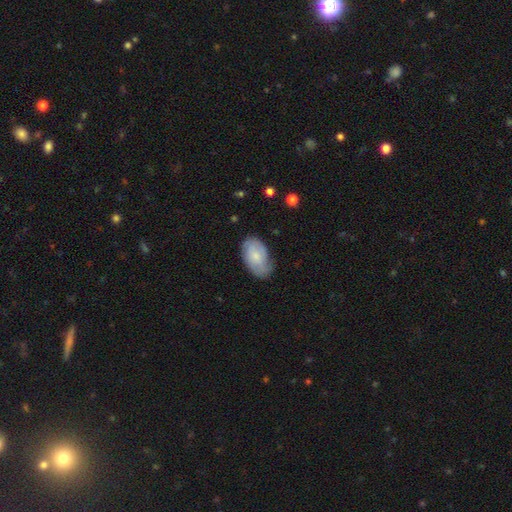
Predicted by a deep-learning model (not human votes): This is possibly a smooth galaxy (56%). How rounded: clearly in between (92%). Merging: likely none (63%).